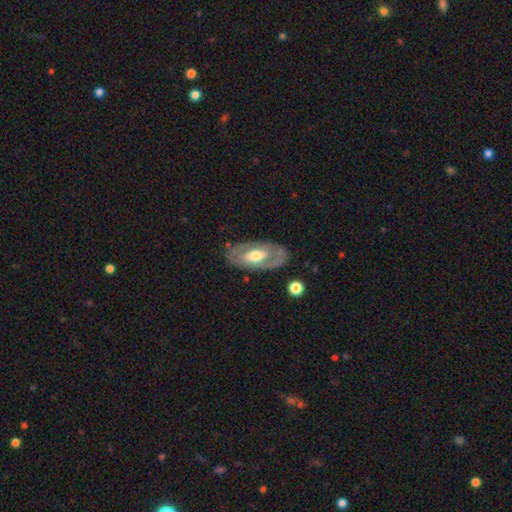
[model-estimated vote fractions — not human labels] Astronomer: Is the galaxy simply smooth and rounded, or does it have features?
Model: featured or disk — 60%.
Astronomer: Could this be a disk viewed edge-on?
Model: no — 87%.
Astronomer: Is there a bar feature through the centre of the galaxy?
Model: no — 60%.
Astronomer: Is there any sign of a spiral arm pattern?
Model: no — 66%.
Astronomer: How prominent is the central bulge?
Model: moderate — 69%.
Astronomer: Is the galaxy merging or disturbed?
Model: none — 78%.